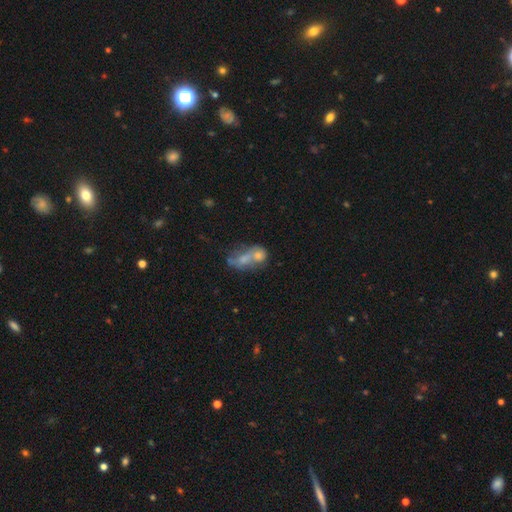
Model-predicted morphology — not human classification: smooth-or-featured: smooth: 58% | featured or disk: 31% | star or artifact: 11%
  how-rounded: in between: 71% | round: 23% | cigar-shaped: 5%
  merging: merger: 62% | none: 19% | major disturbance: 10% | minor disturbance: 9%